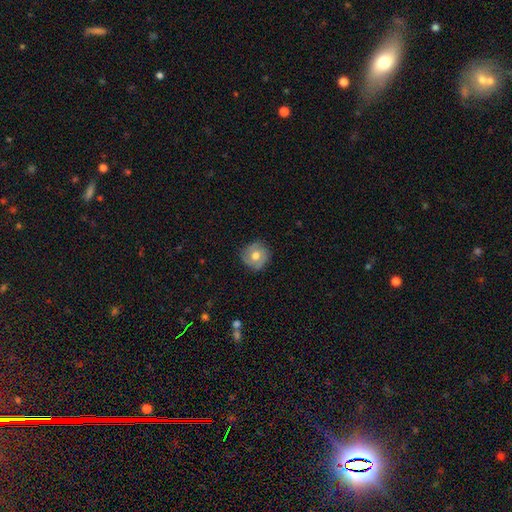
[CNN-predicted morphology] smooth-or-featured: smooth: 59% | featured or disk: 34% | star or artifact: 8%
  how-rounded: round: 91% | in between: 8% | cigar-shaped: 1%
  merging: none: 78% | minor disturbance: 17% | major disturbance: 4% | merger: 1%